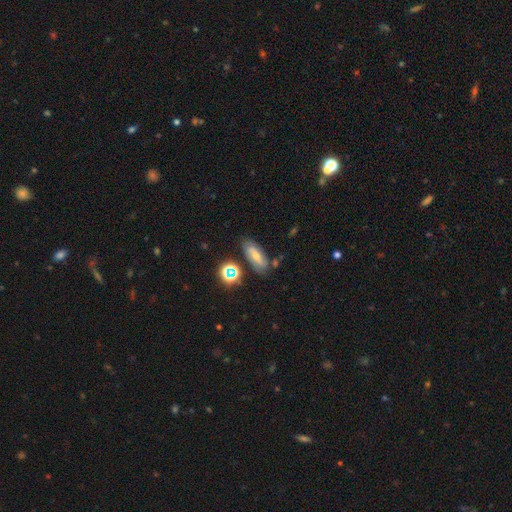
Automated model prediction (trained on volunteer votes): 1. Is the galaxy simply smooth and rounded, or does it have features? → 44% smooth, 32% featured or disk, 24% star or artifact.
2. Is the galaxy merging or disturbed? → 71% none, 16% minor disturbance, 7% merger, 5% major disturbance.